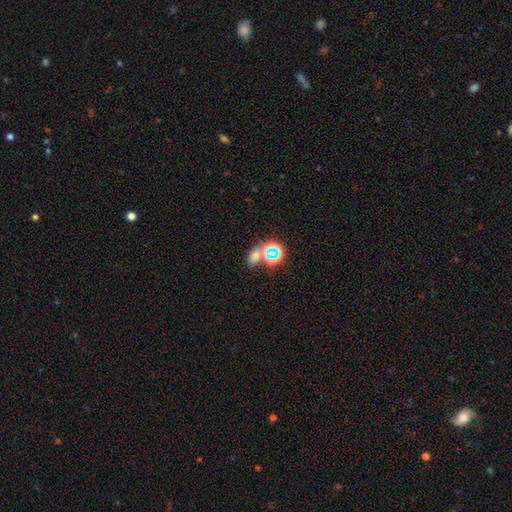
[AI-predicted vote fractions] A smooth galaxy with no disk features (45%).

Vote fractions:
- Smooth or featured? smooth: 45% / star or artifact: 42% / featured or disk: 13%
- Merging? none: 50% / merger: 34% / minor disturbance: 10% / major disturbance: 6%